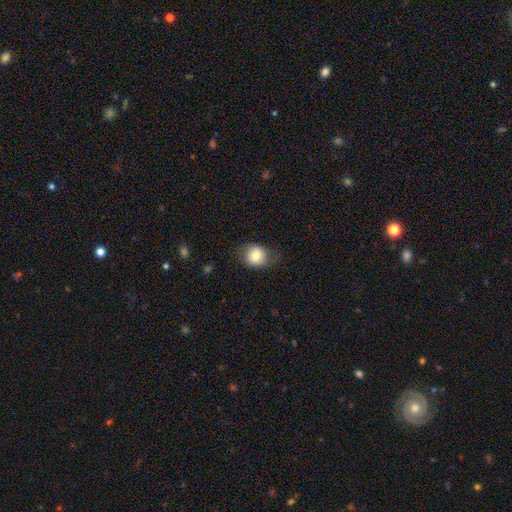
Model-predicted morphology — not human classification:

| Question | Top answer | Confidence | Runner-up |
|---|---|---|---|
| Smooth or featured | smooth | 79% | featured or disk (12%) |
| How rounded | round | 68% | in between (31%) |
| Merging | none | 68% | minor disturbance (22%) |